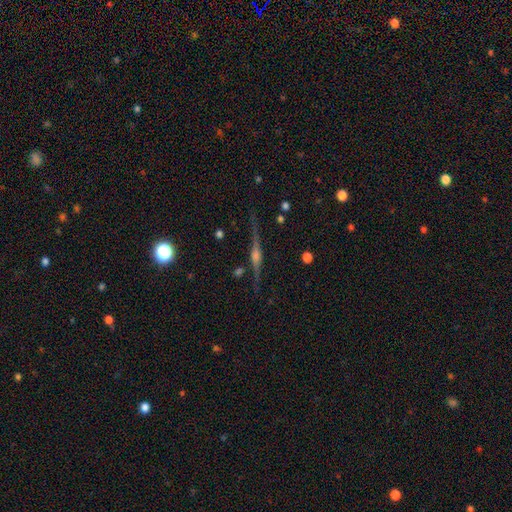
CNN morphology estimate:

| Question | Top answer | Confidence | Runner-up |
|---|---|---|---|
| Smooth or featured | featured or disk | 83% | smooth (9%) |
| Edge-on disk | yes | 98% | no (2%) |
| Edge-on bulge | rounded | 84% | boxy (11%) |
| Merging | none | 86% | minor disturbance (10%) |